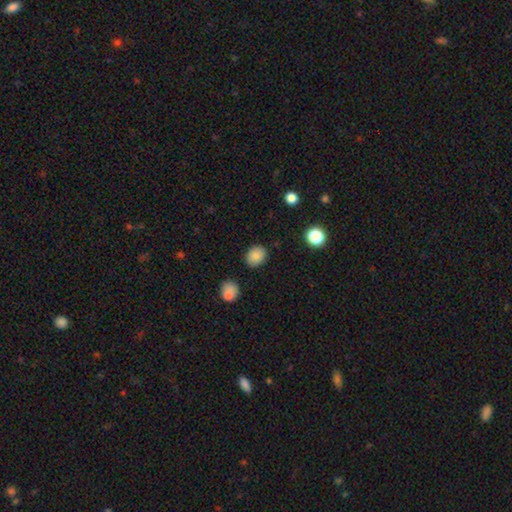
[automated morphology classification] Smooth or featured: smooth — 86% (star or artifact — 10%)
How rounded: in between — 50% (round — 49%)
Merging: none — 85% (minor disturbance — 10%)